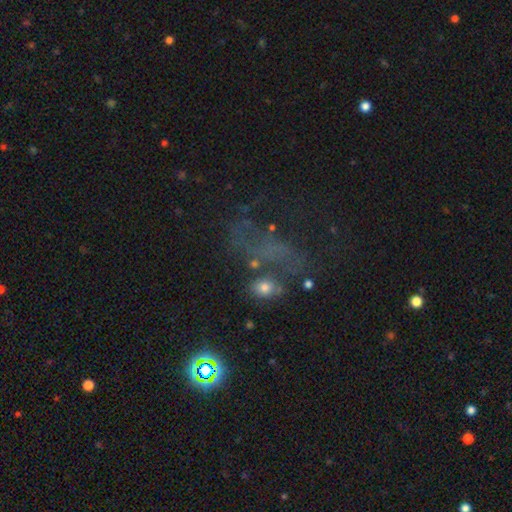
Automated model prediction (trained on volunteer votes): The model was most divided on "smooth or featured": star or artifact: 34%, smooth: 33%, featured or disk: 33%.